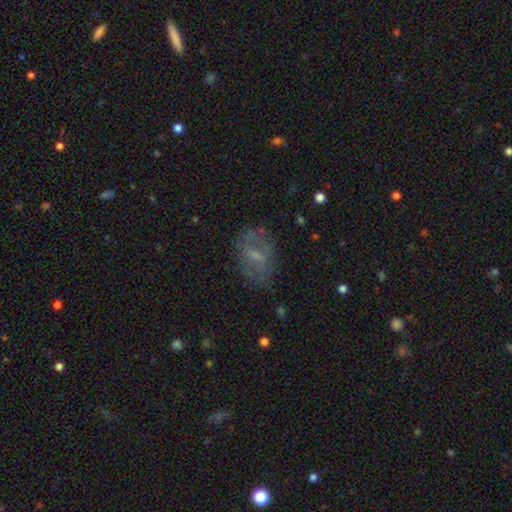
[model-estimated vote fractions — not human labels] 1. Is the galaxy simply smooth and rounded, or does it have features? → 46% smooth, 43% featured or disk, 11% star or artifact.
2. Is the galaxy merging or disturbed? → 64% none, 21% minor disturbance, 13% major disturbance, 2% merger.